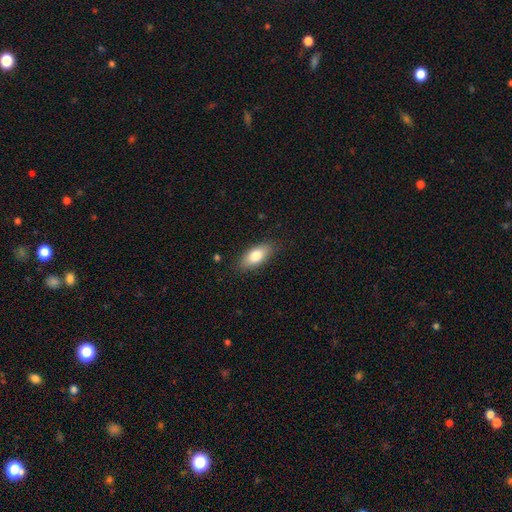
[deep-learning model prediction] smooth 79%, featured or disk 15%, star or artifact 7%. Down the decision tree: how rounded — in between (85%); merging — none (85%).